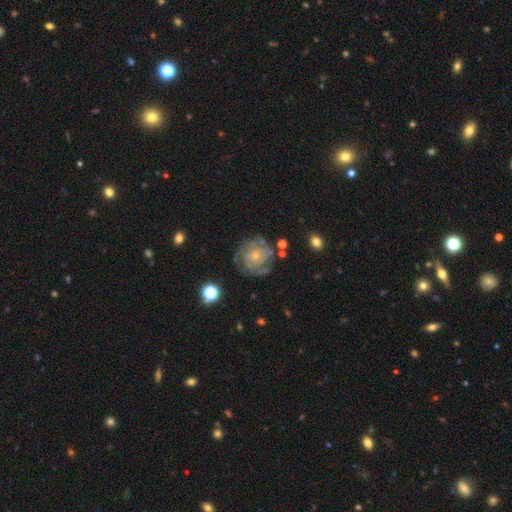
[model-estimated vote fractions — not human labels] This appears to be a featured or disk galaxy (76%) with no bar (81%), tight (70%) spiral arms (86%) and a small central bulge (66%). Merging: none (68%).